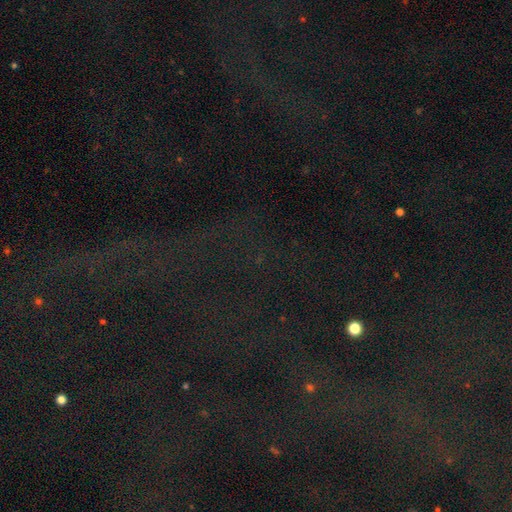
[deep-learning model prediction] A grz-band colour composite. It shows a star or artifact, not a galaxy (80%).